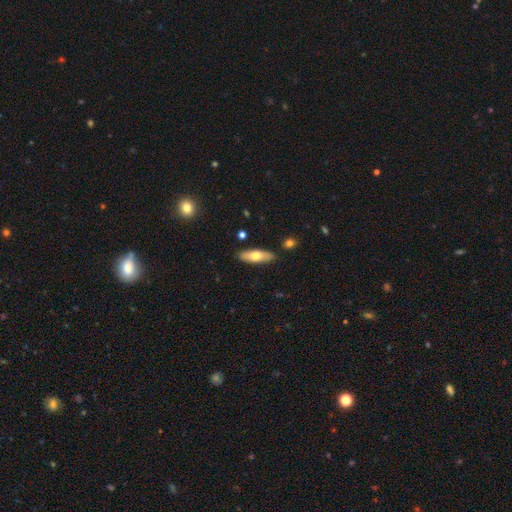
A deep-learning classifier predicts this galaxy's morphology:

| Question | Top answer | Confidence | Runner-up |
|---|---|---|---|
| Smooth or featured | smooth | 65% | featured or disk (29%) |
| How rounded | in between | 55% | cigar-shaped (43%) |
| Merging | none | 87% | minor disturbance (9%) |